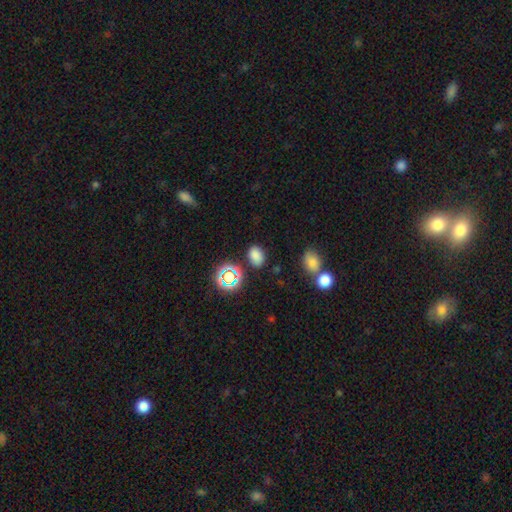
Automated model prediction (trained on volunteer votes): smooth_or_featured: smooth (p=0.78) [alt: star or artifact p=0.17]
how_rounded: in between (p=0.76) [alt: round p=0.22]
merging: none (p=0.81) [alt: minor disturbance p=0.12]